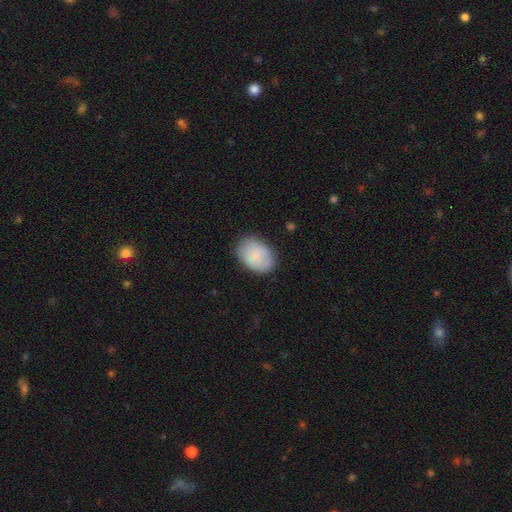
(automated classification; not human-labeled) Morphology: type=smooth (83%); roundness=in between (82%); merging=none (78%).